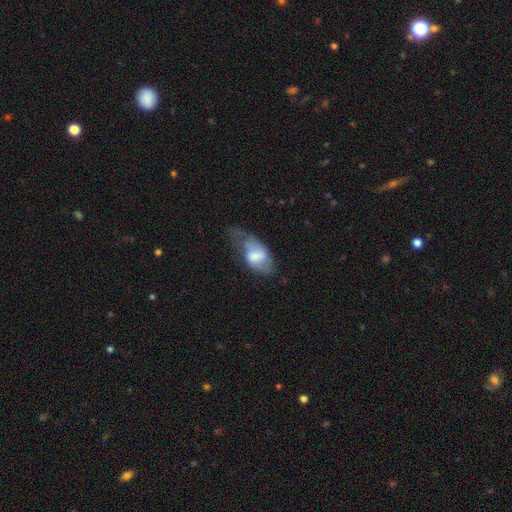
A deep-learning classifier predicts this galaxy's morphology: The model was most divided on "merging": major disturbance: 36%, minor disturbance: 31%, none: 29%, merger: 3%. More confident: how rounded — in between (89%); smooth or featured — smooth (50%).